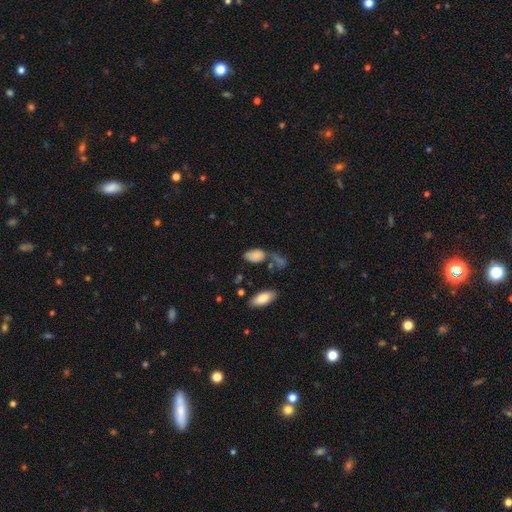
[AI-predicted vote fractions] Smooth or featured?
  - smooth: 79% *
  - featured or disk: 11%
  - star or artifact: 10%
How rounded?
  - in between: 90% *
  - round: 7%
  - cigar-shaped: 3%
Merging?
  - none: 44% *
  - minor disturbance: 23%
  - merger: 19%
  - major disturbance: 14%